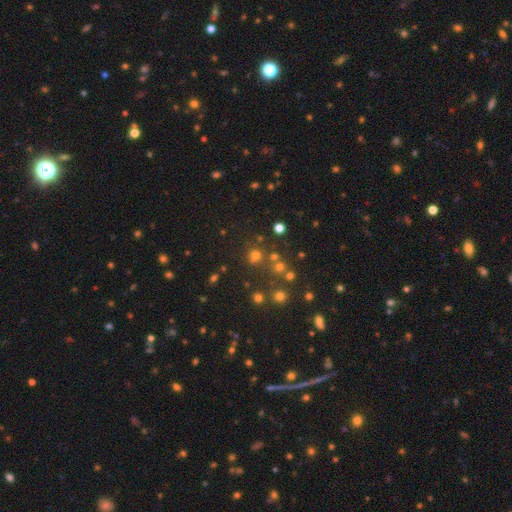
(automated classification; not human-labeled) smooth 49%, star or artifact 42%, featured or disk 9%. Down the decision tree: merging — none (74%).